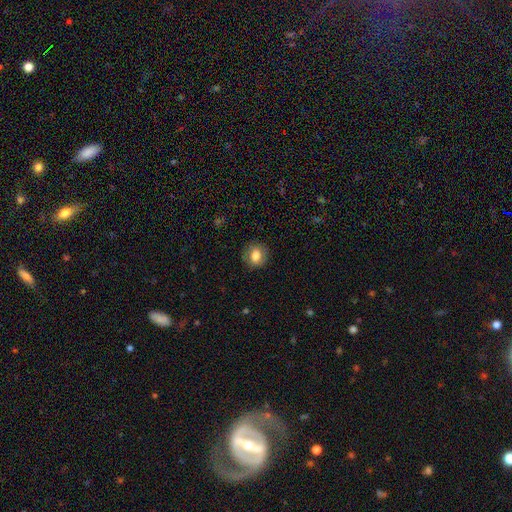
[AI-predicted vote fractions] A smooth galaxy with no disk features (79%) that is round (72%). Merging: none (87%).